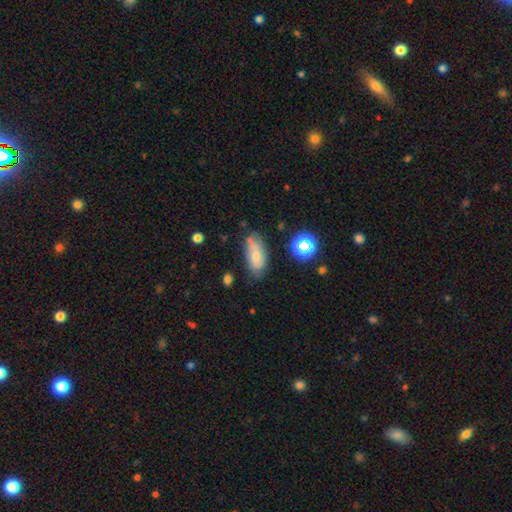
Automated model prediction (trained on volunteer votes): A smooth galaxy with no disk features (58%) that is in between round and cigar-shaped (88%). Merging: none (61%).